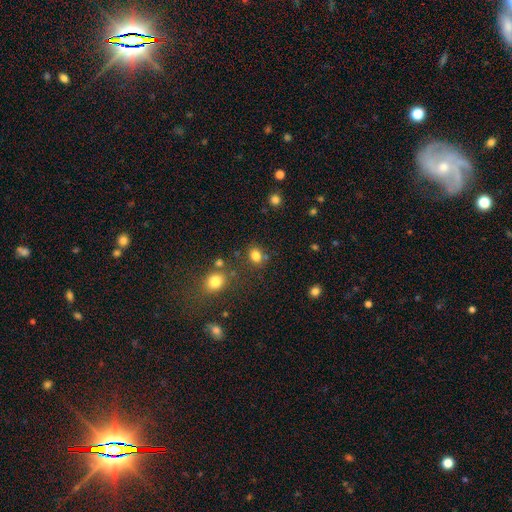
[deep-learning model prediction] Smooth or featured? Predicted: smooth (p=0.81). How rounded? Predicted: round (p=0.51). Merging? Predicted: none (p=0.73).